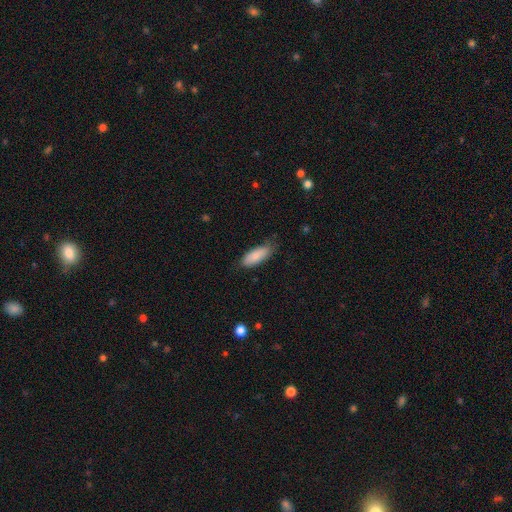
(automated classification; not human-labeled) Morphology: type=smooth (83%); roundness=in between (75%); merging=none (72%).